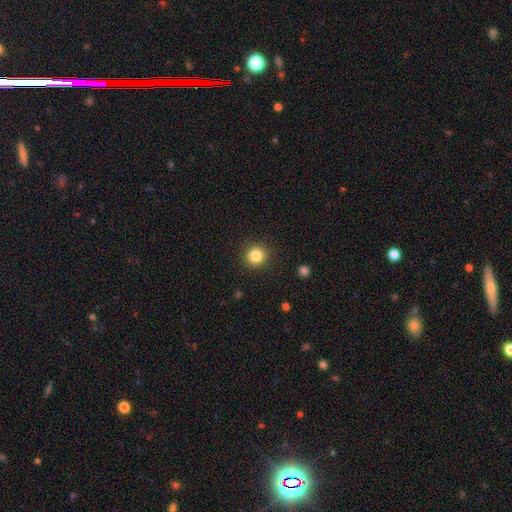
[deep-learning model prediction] Q: Smooth or featured?
A: smooth (84%); runner-up: star or artifact (11%)
Q: How rounded?
A: round (93%); runner-up: in between (6%)
Q: Merging?
A: none (92%); runner-up: minor disturbance (5%)